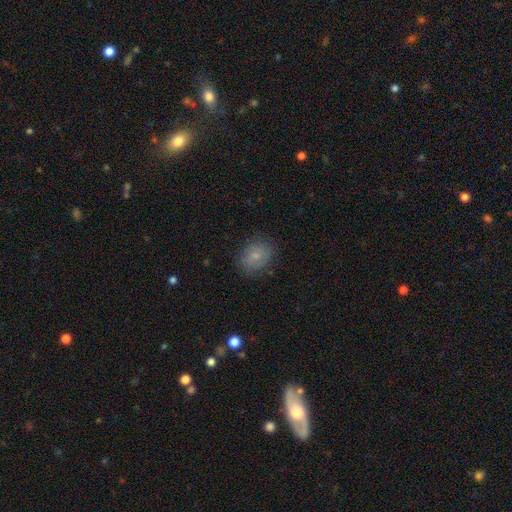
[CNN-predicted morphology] A smooth galaxy with no disk features (74%) that is in between round and cigar-shaped (56%).

Vote fractions:
- Smooth or featured? smooth: 74% / featured or disk: 17% / star or artifact: 9%
- How rounded? in between: 56% / round: 43% / cigar-shaped: 1%
- Merging? none: 80% / minor disturbance: 14% / major disturbance: 4% / merger: 1%